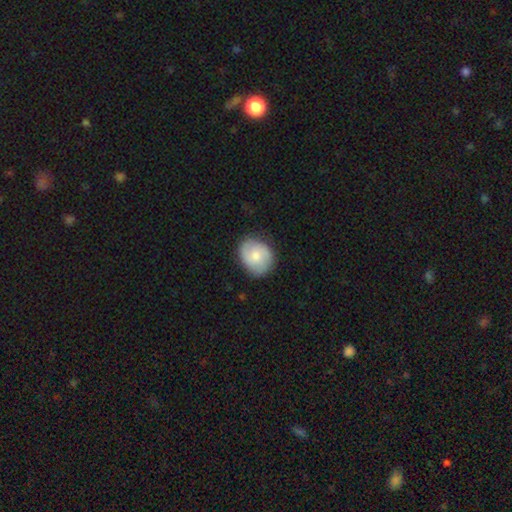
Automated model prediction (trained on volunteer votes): Smooth or featured? smooth (61%)
How rounded? round (63%)
Merging? none (80%)